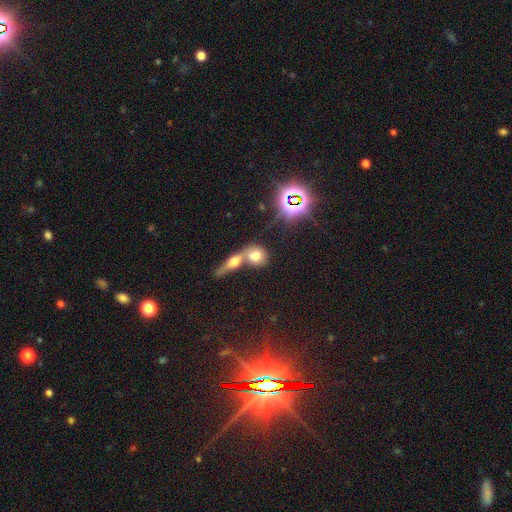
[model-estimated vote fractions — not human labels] The model was most divided on "merging": merger: 57%, none: 33%, minor disturbance: 6%, major disturbance: 4%. More confident: how rounded — round (66%); smooth or featured — smooth (60%).